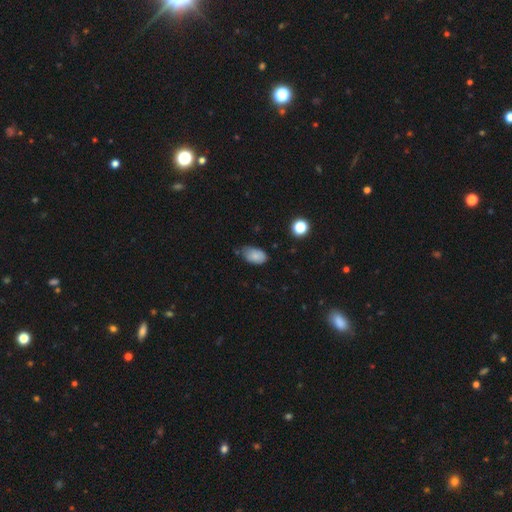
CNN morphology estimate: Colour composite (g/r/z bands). It shows a smooth galaxy with no disk features (82%) that is in between round and cigar-shaped (91%). Merging: none (58%).